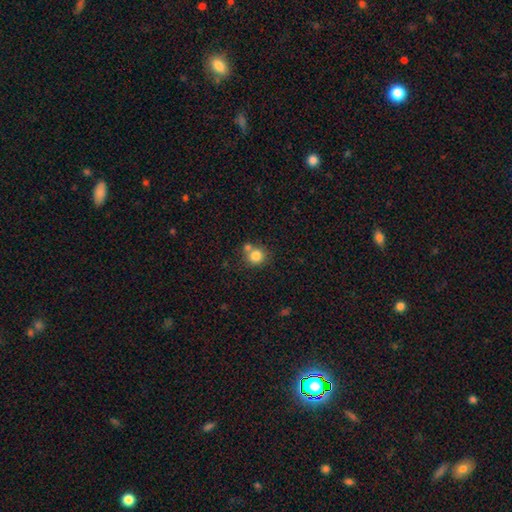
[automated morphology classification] A smooth galaxy with no disk features (82%) that is round (88%). Merging: none (59%).